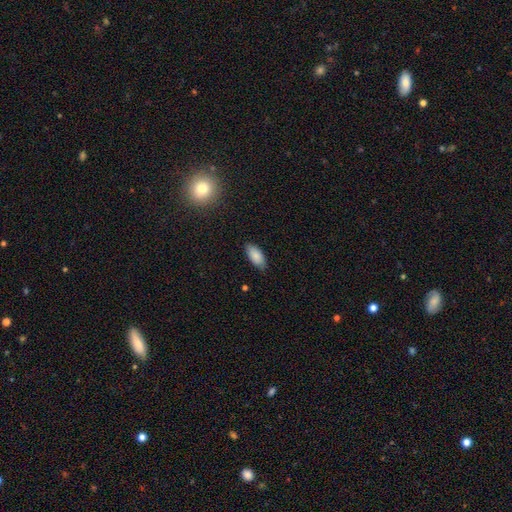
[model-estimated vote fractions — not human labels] Smooth or featured?
  - smooth: 85% *
  - featured or disk: 7%
  - star or artifact: 7%
How rounded?
  - in between: 91% *
  - cigar-shaped: 7%
  - round: 2%
Merging?
  - none: 81% *
  - minor disturbance: 16%
  - major disturbance: 2%
  - merger: 1%